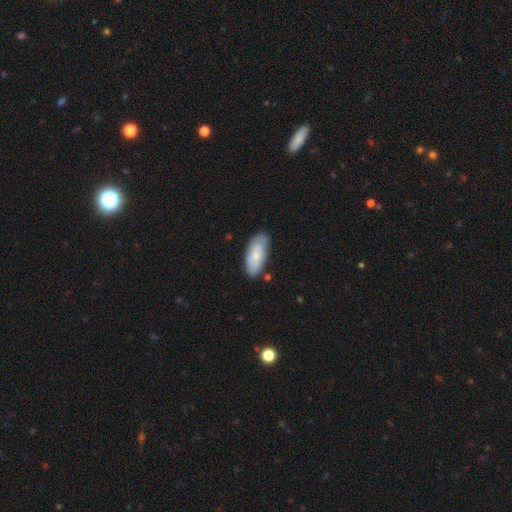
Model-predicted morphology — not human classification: smooth_or_featured: smooth (p=0.67) [alt: featured or disk p=0.27]
how_rounded: in between (p=0.86) [alt: cigar-shaped p=0.12]
merging: none (p=0.72) [alt: minor disturbance p=0.20]